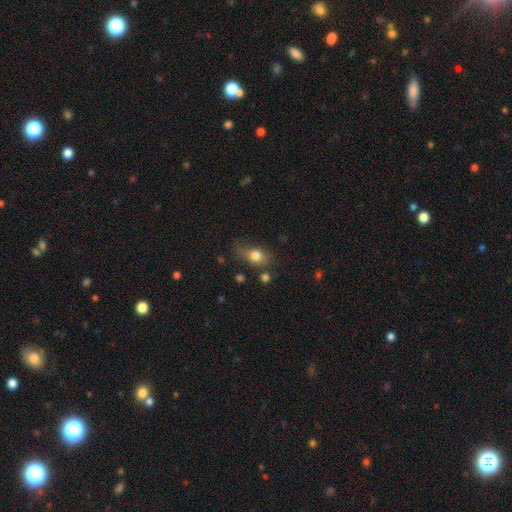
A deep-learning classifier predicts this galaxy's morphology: type=smooth (76%); roundness=in between (61%); merging=none (50%).